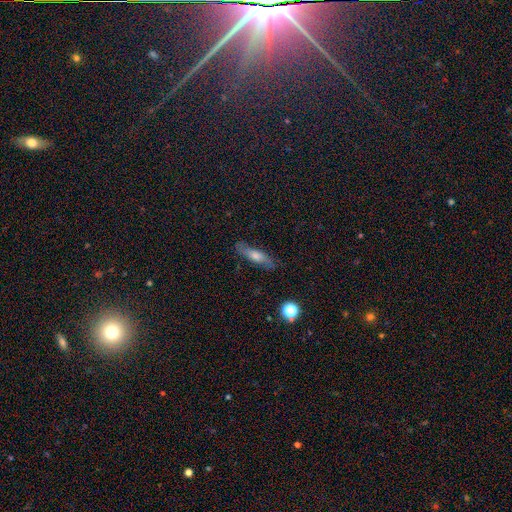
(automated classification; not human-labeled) Q: Smooth or featured?
A: smooth (49%); runner-up: featured or disk (42%)
Q: Merging?
A: none (79%); runner-up: minor disturbance (15%)